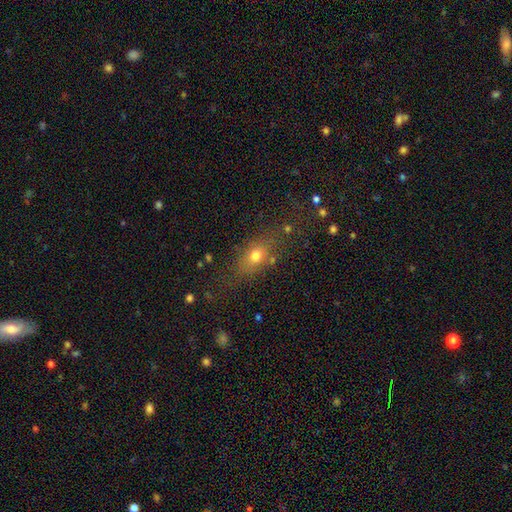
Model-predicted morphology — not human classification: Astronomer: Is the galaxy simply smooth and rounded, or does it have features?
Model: smooth — 70%.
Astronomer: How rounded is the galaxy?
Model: in between — 62%.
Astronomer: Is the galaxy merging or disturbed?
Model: none — 69%.